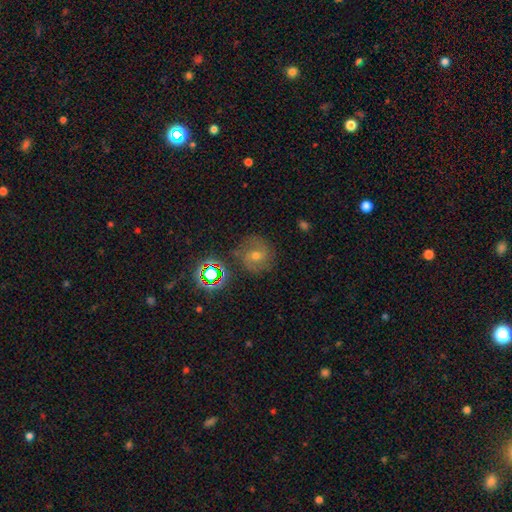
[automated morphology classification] type=featured or disk (59%); edge-on=no (97%); bar=no (45%); spiral arms=yes (91%); winding=medium (45%); arm count=2 (63%); bulge=moderate (53%); merging=none (78%).